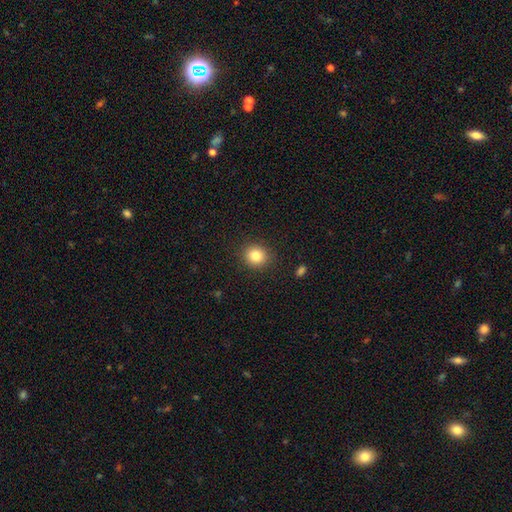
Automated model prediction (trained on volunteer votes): Morphology: type=smooth (83%); roundness=round (82%); merging=none (89%).